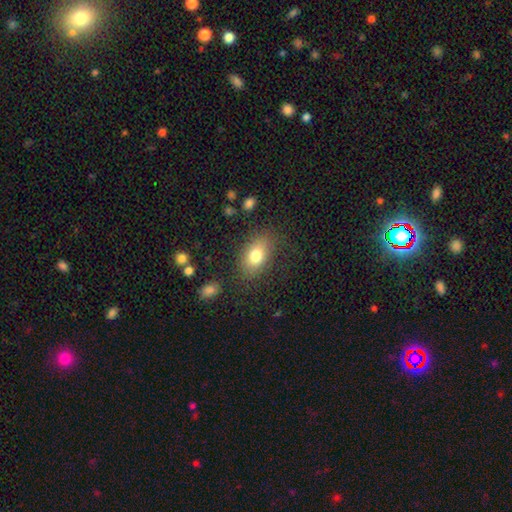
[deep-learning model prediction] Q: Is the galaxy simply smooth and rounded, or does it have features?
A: smooth — 78%.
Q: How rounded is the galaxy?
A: in between — 84%.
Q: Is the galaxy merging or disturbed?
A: none — 79%.